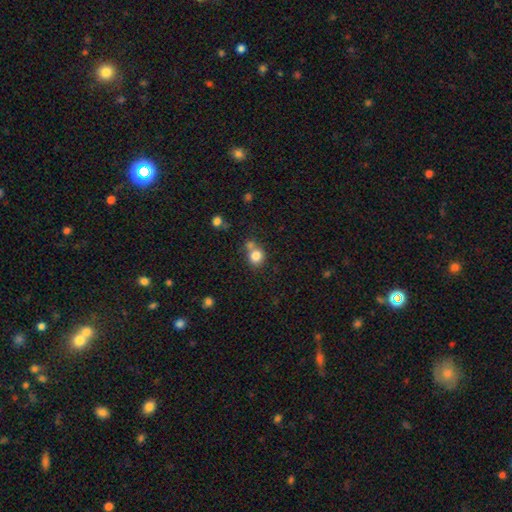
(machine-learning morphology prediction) type=smooth (81%); roundness=round (81%); merging=none (56%).